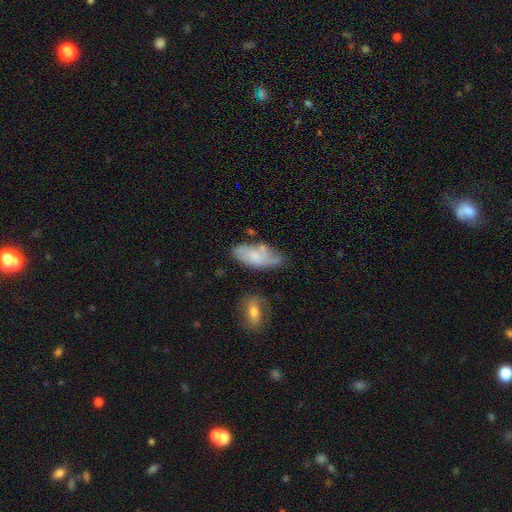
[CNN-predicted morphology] Smooth or featured? smooth (55%)
How rounded? in between (87%)
Merging? none (48%)